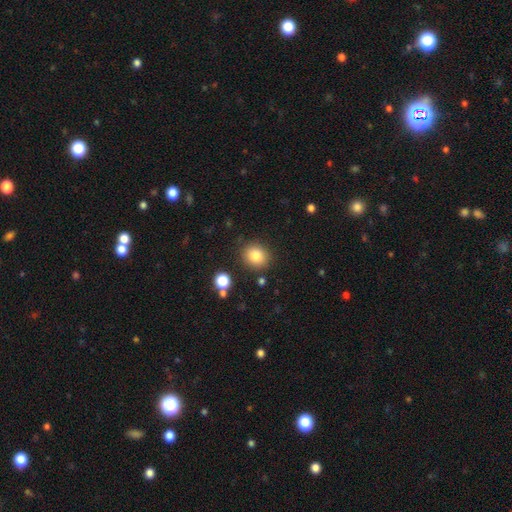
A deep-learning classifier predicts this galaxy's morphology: Smooth or featured: smooth — 82% (star or artifact — 11%)
How rounded: round — 79% (in between — 21%)
Merging: none — 86% (minor disturbance — 9%)